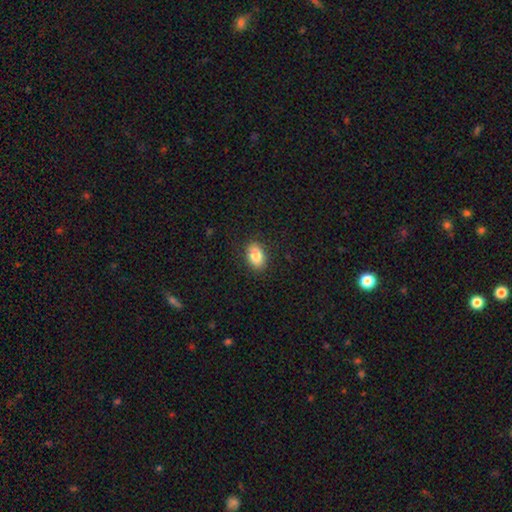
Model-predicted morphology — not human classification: This is clearly a smooth galaxy (83%). How rounded: clearly in between (82%). Merging: clearly none (87%).